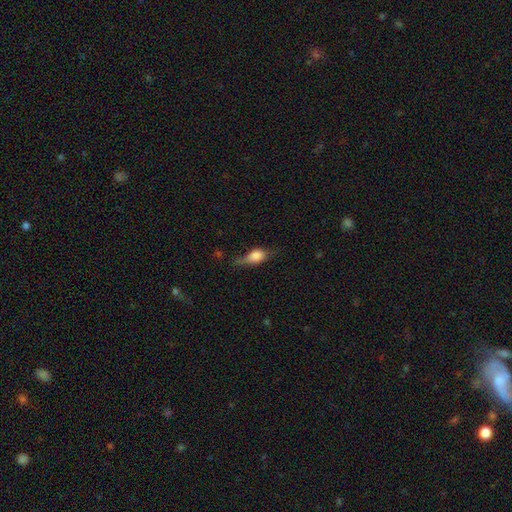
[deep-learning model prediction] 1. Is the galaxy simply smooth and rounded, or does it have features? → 67% smooth, 25% featured or disk, 8% star or artifact.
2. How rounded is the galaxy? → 74% in between, 15% round, 10% cigar-shaped.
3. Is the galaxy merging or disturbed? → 39% none, 38% minor disturbance, 20% major disturbance, 3% merger.